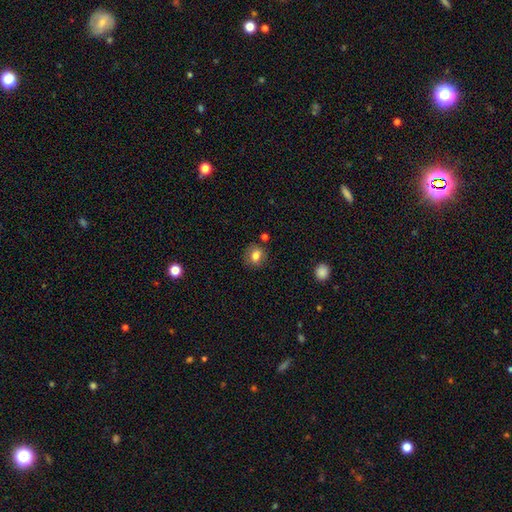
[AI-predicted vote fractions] Smooth or featured: smooth — 77% (featured or disk — 12%)
How rounded: round — 71% (in between — 28%)
Merging: none — 79% (minor disturbance — 13%)